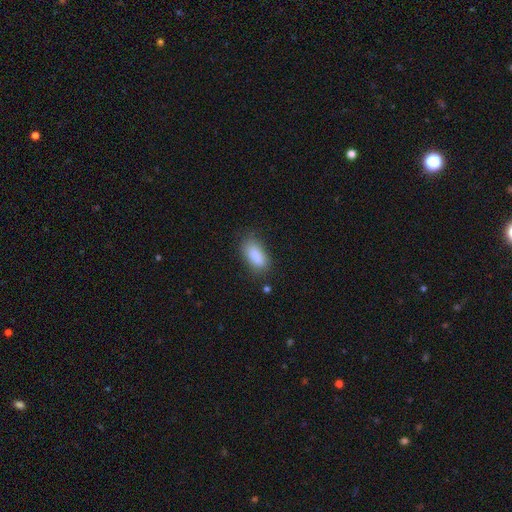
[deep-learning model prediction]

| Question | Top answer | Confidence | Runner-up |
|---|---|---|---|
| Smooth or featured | smooth | 87% | star or artifact (8%) |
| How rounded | in between | 88% | cigar-shaped (9%) |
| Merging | none | 73% | minor disturbance (19%) |